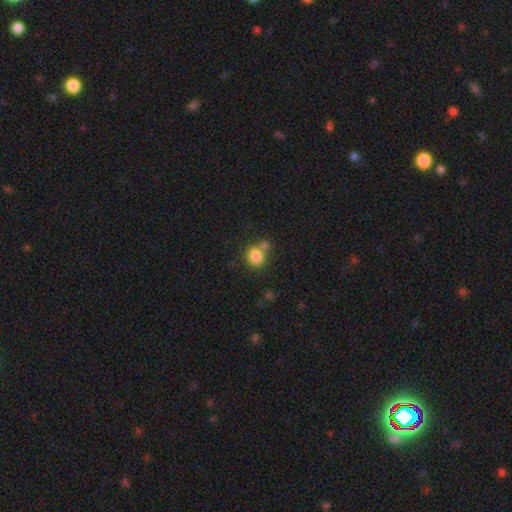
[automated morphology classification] Smooth or featured?
  - smooth: 83% *
  - star or artifact: 10%
  - featured or disk: 7%
How rounded?
  - round: 60% *
  - in between: 39%
  - cigar-shaped: 1%
Merging?
  - none: 55% *
  - merger: 29%
  - minor disturbance: 12%
  - major disturbance: 5%